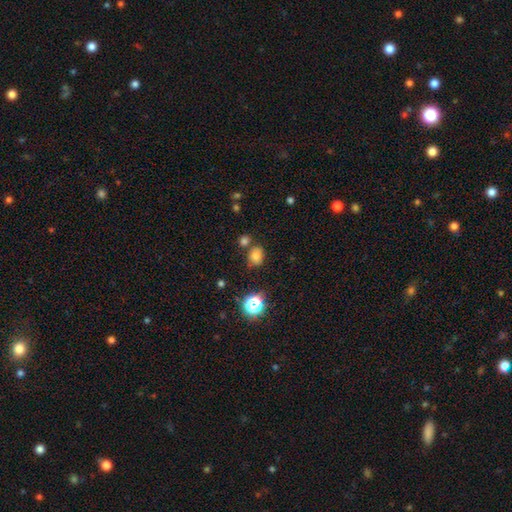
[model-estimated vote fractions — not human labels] smooth_or_featured: smooth (p=0.73) [alt: star or artifact p=0.19]
how_rounded: round (p=0.51) [alt: in between p=0.48]
merging: none (p=0.68) [alt: minor disturbance p=0.14]